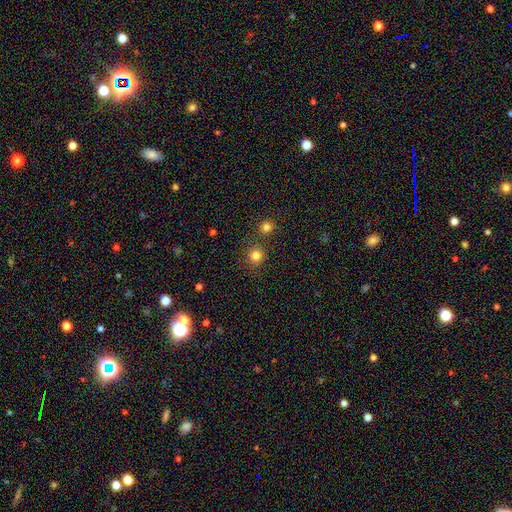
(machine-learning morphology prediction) smooth-or-featured: smooth: 80% | star or artifact: 15% | featured or disk: 5%
  how-rounded: round: 92% | in between: 7% | cigar-shaped: 1%
  merging: none: 81% | merger: 9% | minor disturbance: 7% | major disturbance: 3%